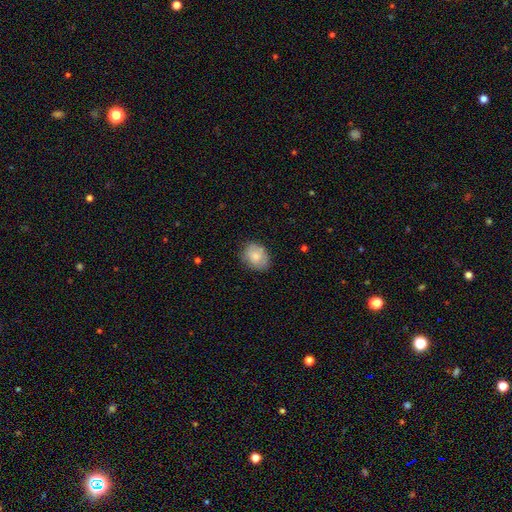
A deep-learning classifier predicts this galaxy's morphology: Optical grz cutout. It shows a smooth galaxy with no disk features (77%) that is in between round and cigar-shaped (63%). Merging: none (73%).